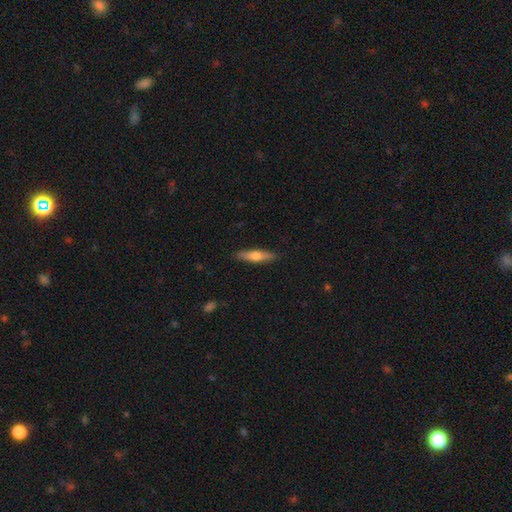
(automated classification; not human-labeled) Smooth or featured: smooth — 55% (featured or disk — 40%)
How rounded: cigar-shaped — 76% (in between — 22%)
Merging: none — 89% (minor disturbance — 8%)